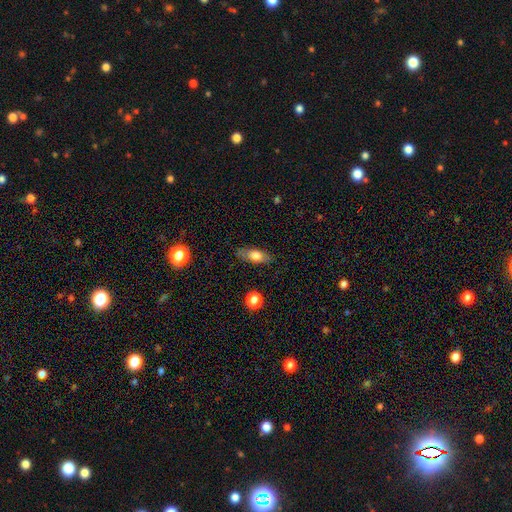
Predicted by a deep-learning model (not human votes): Smooth or featured? Predicted: smooth (p=0.71). How rounded? Predicted: in between (p=0.72). Merging? Predicted: none (p=0.79).